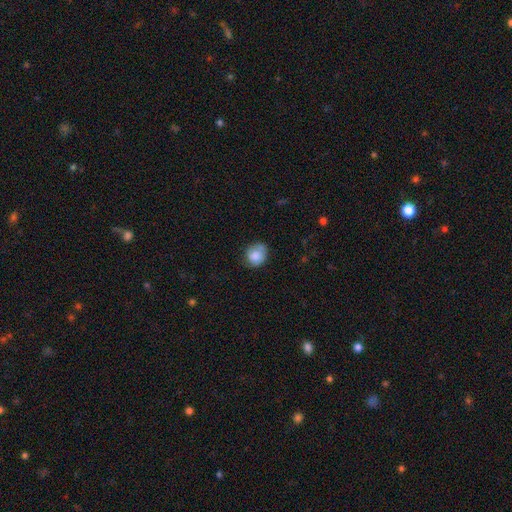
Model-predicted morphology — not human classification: Smooth or featured: smooth — 80% (featured or disk — 12%)
How rounded: round — 69% (in between — 31%)
Merging: none — 64% (minor disturbance — 28%)